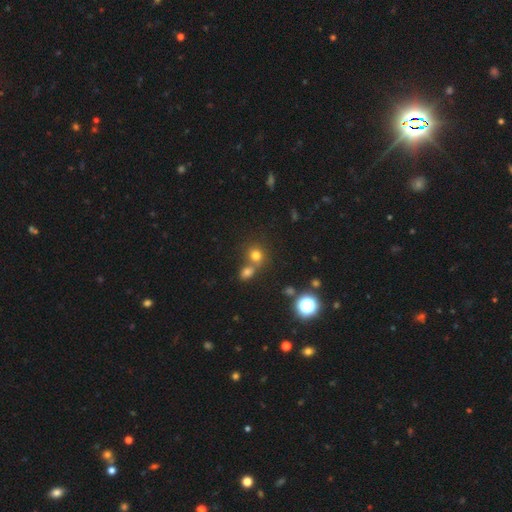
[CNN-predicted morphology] Smooth or featured? Predicted: smooth (p=0.72). How rounded? Predicted: round (p=0.80). Merging? Predicted: none (p=0.51).